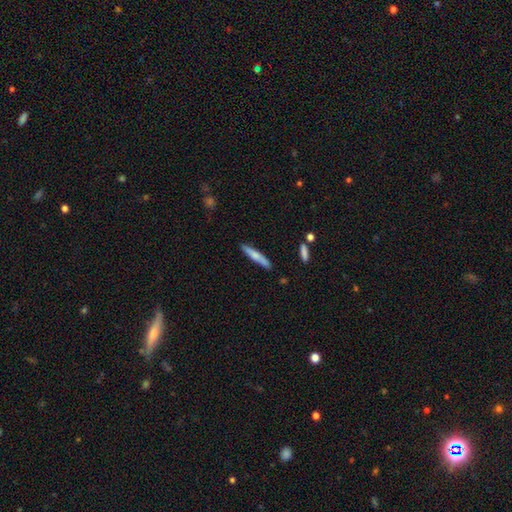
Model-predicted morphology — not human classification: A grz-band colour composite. It shows a smooth galaxy with no disk features (64%) that is cigar-shaped (92%). Merging: none (86%).